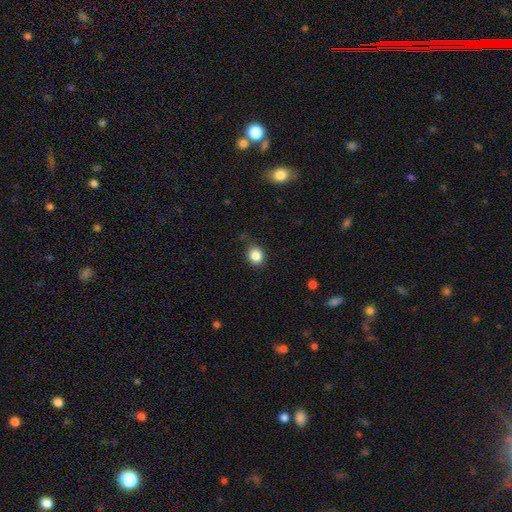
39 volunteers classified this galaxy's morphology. Smooth or featured: smooth — 97% (star or artifact — 3%)
How rounded: round — 95% (in between — 5%)
Merging: none — 71% (minor disturbance — 21%)